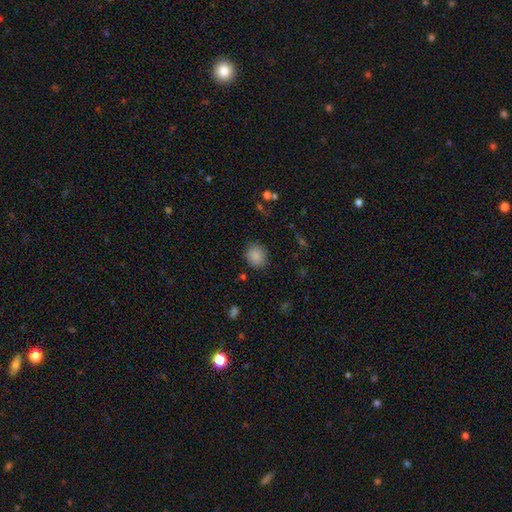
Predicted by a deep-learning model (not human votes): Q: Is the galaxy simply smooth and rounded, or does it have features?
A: smooth — 86%.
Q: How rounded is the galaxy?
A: round — 76%.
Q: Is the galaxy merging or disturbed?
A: none — 85%.